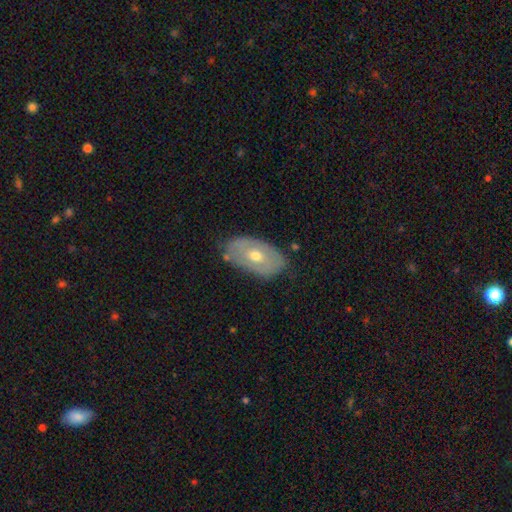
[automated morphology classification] Smooth or featured?
  - featured or disk: 51% *
  - smooth: 43%
  - star or artifact: 7%
Edge-on disk?
  - no: 88% *
  - yes: 12%
Merging?
  - none: 75% *
  - minor disturbance: 20%
  - major disturbance: 4%
  - merger: 2%